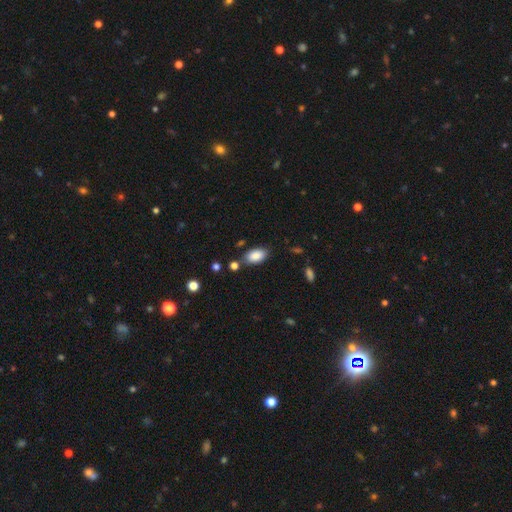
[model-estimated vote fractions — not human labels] Overall: smooth (88%). How rounded: in between (93%). Merging: none (79%).